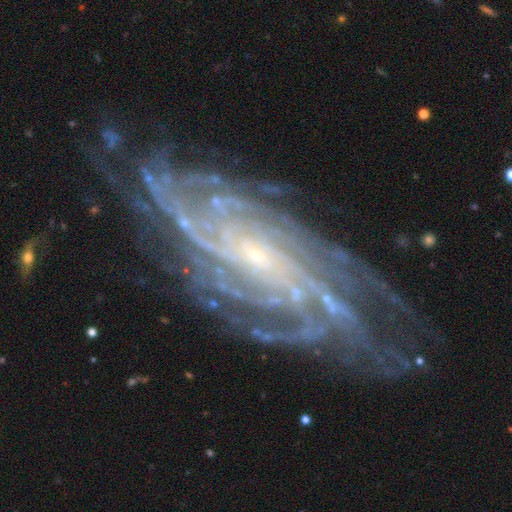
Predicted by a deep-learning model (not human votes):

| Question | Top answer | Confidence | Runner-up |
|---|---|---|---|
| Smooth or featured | featured or disk | 90% | star or artifact (6%) |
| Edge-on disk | no | 93% | yes (7%) |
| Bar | no | 58% | weak (30%) |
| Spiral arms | yes | 98% | no (2%) |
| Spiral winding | tight | 72% | medium (24%) |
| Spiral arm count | more than 4 | 26% | can't tell (25%) |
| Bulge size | small | 78% | moderate (16%) |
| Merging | none | 78% | minor disturbance (15%) |